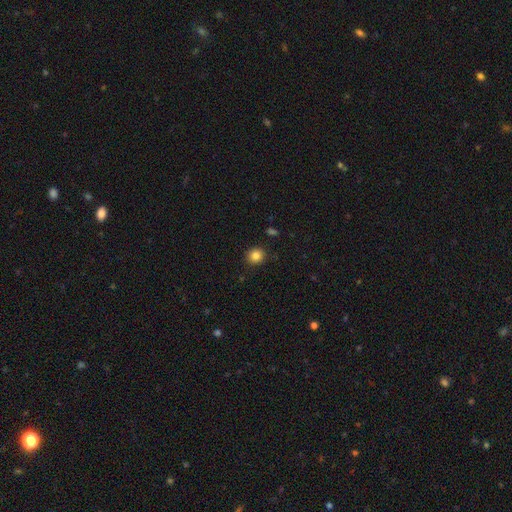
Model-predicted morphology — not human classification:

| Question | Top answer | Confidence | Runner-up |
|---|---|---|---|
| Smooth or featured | smooth | 84% | star or artifact (11%) |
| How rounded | round | 89% | in between (11%) |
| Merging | none | 90% | minor disturbance (7%) |